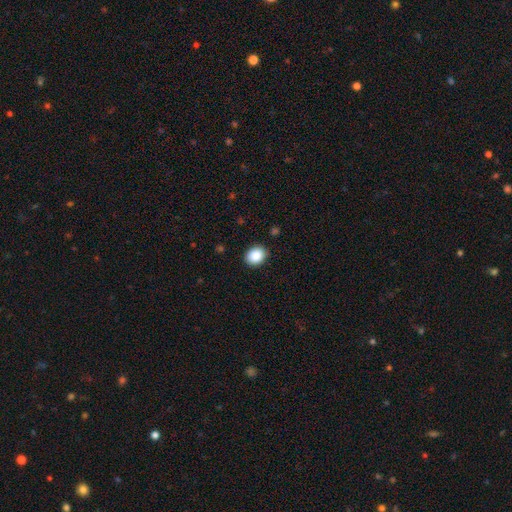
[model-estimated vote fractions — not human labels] smooth_or_featured: smooth (p=0.87) [alt: star or artifact p=0.09]
how_rounded: round (p=0.51) [alt: in between p=0.48]
merging: none (p=0.90) [alt: minor disturbance p=0.07]